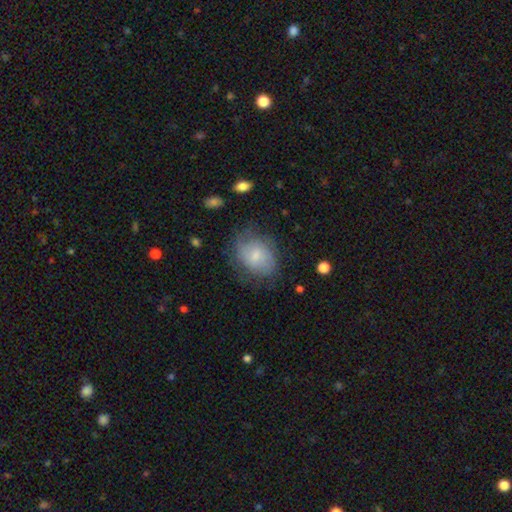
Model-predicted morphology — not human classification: type=smooth (65%); roundness=in between (56%); merging=none (62%).